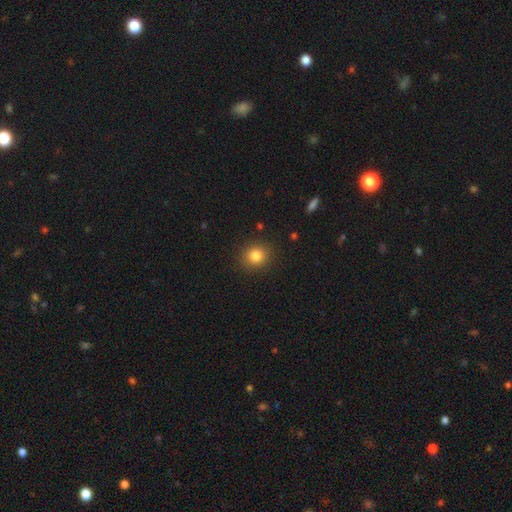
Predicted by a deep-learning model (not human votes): This appears to be a smooth galaxy with no disk features (83%) that is round (82%). Merging: none (88%).